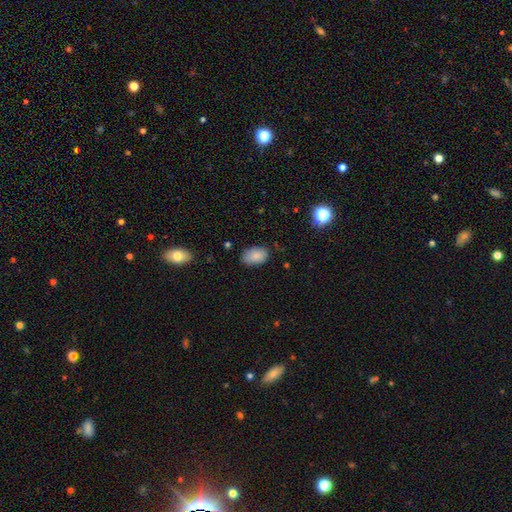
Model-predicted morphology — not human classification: smooth-or-featured: smooth: 84% | star or artifact: 9% | featured or disk: 7%
  how-rounded: in between: 89% | round: 10% | cigar-shaped: 1%
  merging: none: 76% | minor disturbance: 19% | major disturbance: 3% | merger: 1%